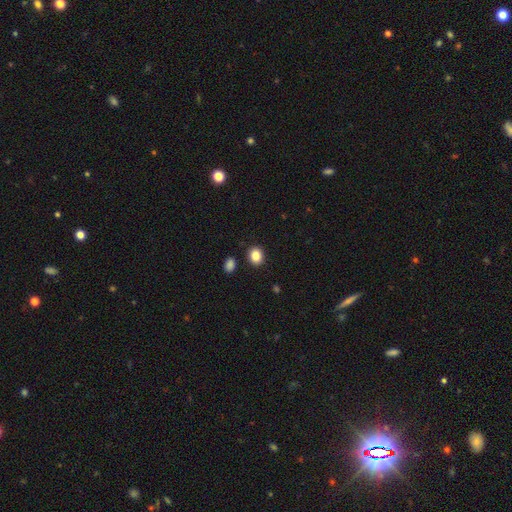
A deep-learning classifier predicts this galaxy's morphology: smooth 87%, star or artifact 9%, featured or disk 4%. Down the decision tree: how rounded — round (61%); merging — none (88%).